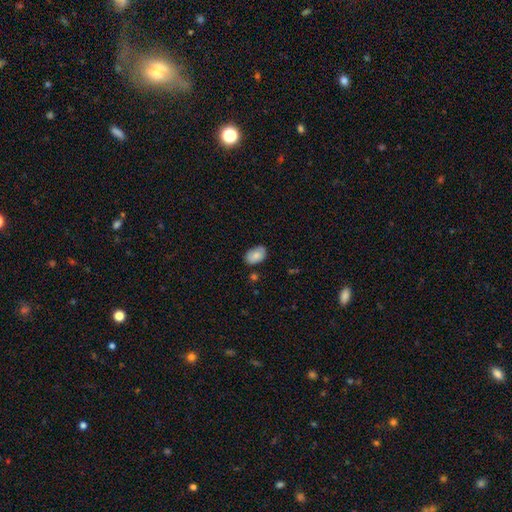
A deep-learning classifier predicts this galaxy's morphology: The model was most divided on "merging": none: 76%, minor disturbance: 18%, major disturbance: 3%, merger: 3%. More confident: how rounded — in between (88%); smooth or featured — smooth (81%).